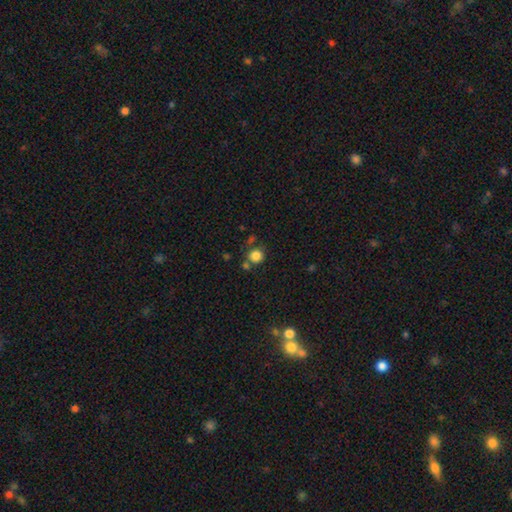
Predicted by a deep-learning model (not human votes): smooth_or_featured: smooth (p=0.83) [alt: star or artifact p=0.12]
how_rounded: round (p=0.90) [alt: in between p=0.10]
merging: none (p=0.70) [alt: merger p=0.14]